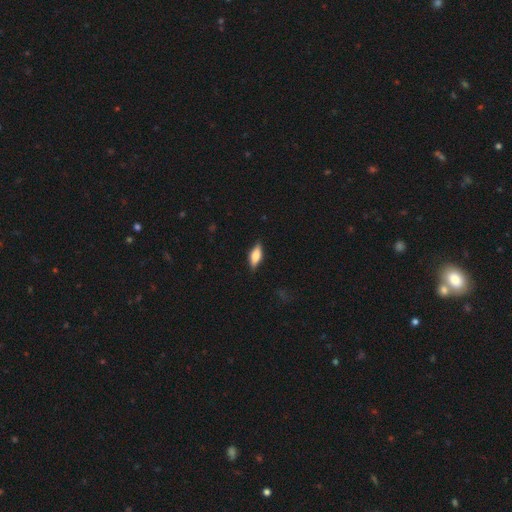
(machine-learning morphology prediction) This appears to be a smooth galaxy with no disk features (65%) that is in between round and cigar-shaped (70%). Merging: none (85%).